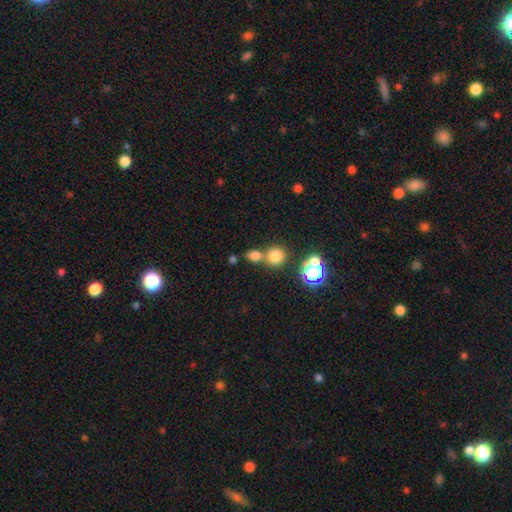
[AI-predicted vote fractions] Smooth or featured: smooth — 75% (star or artifact — 18%)
How rounded: round — 74% (in between — 25%)
Merging: none — 53% (merger — 35%)